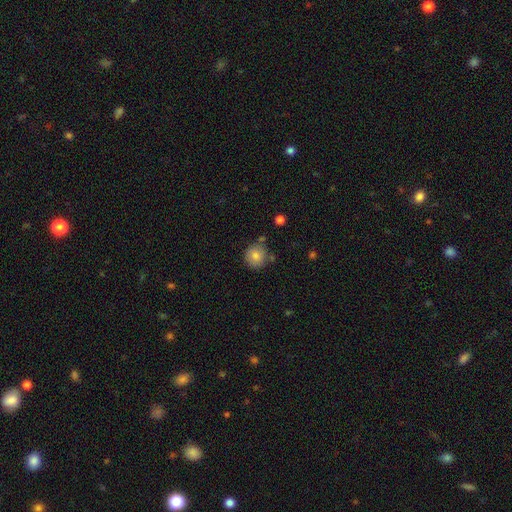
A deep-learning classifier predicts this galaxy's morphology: A smooth galaxy with no disk features (80%) that is round (92%). Merging: none (80%).